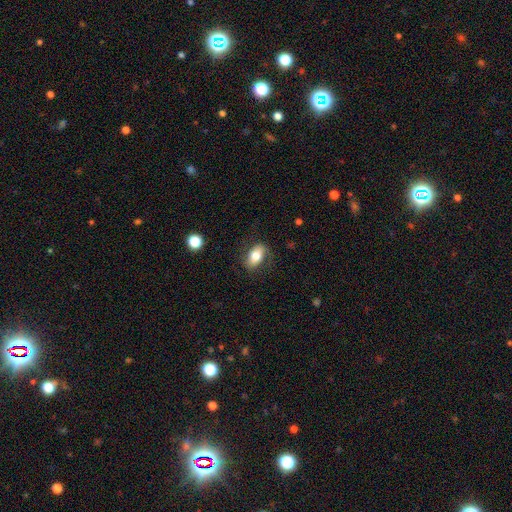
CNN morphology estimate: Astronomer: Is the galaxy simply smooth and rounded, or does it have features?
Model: smooth — 71%.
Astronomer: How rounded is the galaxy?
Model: in between — 87%.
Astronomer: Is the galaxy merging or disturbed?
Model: none — 76%.